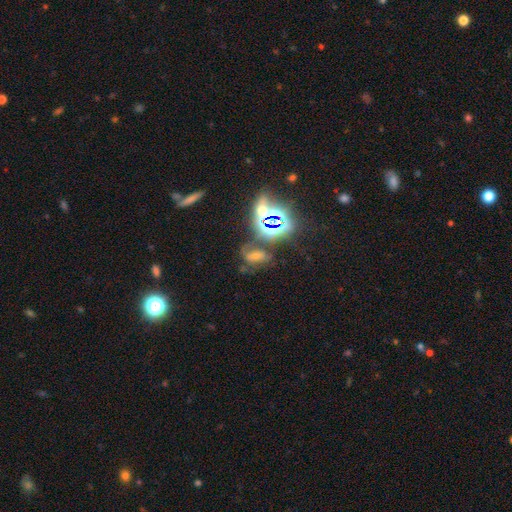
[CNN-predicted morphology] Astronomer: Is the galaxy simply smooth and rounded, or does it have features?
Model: star or artifact — 43% (runner-up: smooth, 33%).